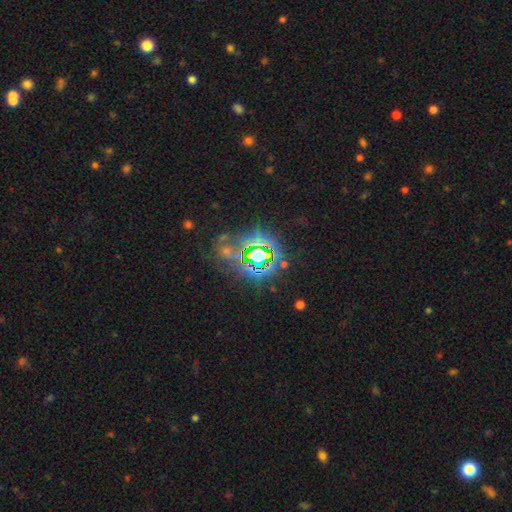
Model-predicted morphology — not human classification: Q: Smooth or featured?
A: star or artifact (77%); runner-up: smooth (12%)